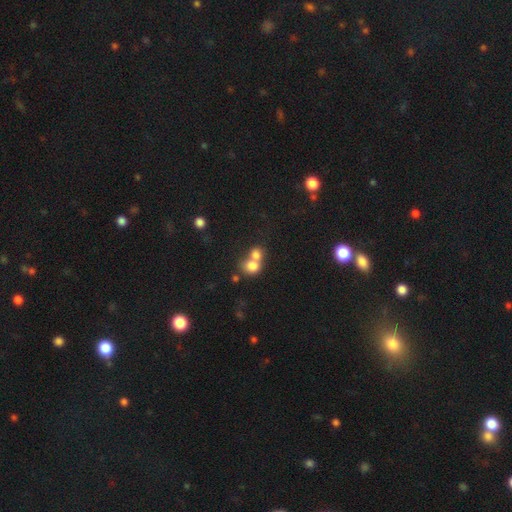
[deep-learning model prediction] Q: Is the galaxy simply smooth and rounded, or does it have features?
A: smooth — 76%.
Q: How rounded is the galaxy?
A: round — 72%.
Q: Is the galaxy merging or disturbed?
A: merger — 65%.